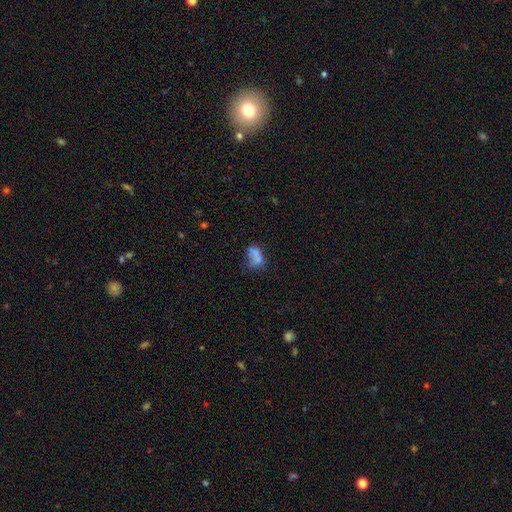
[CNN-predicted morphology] The model was most divided on "merging": major disturbance: 29%, none: 26%, merger: 26%, minor disturbance: 19%. More confident: how rounded — in between (79%); smooth or featured — smooth (61%).